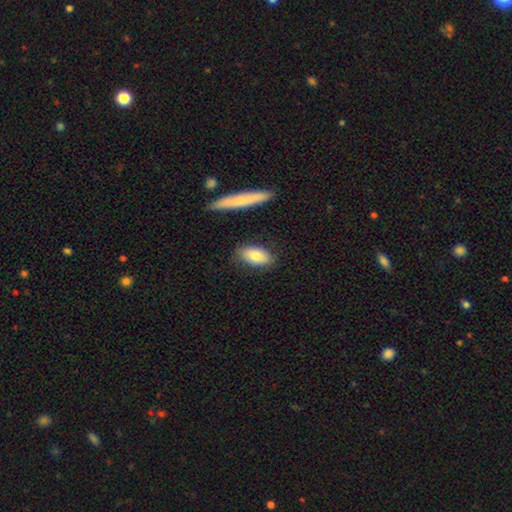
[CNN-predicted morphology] This is likely a smooth galaxy (77%). How rounded: clearly in between (88%). Merging: clearly none (81%).